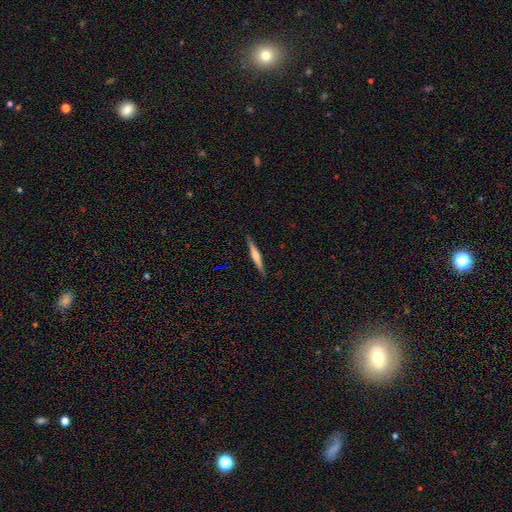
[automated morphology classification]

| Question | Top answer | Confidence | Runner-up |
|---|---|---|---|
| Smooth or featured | featured or disk | 61% | smooth (33%) |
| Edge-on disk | yes | 98% | no (2%) |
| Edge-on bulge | rounded | 62% | boxy (21%) |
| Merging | none | 90% | minor disturbance (7%) |